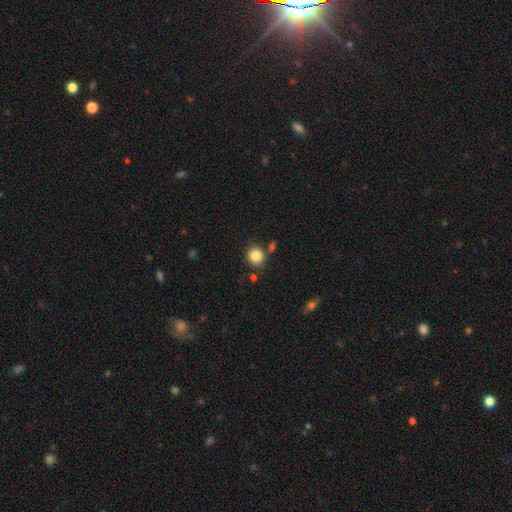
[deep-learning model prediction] This is clearly a smooth galaxy (85%). How rounded: clearly round (86%). Merging: likely none (79%).